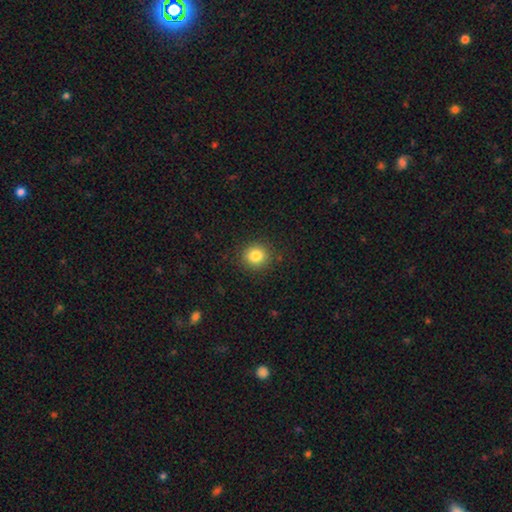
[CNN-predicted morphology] Smooth or featured? smooth (83%)
How rounded? round (88%)
Merging? none (89%)